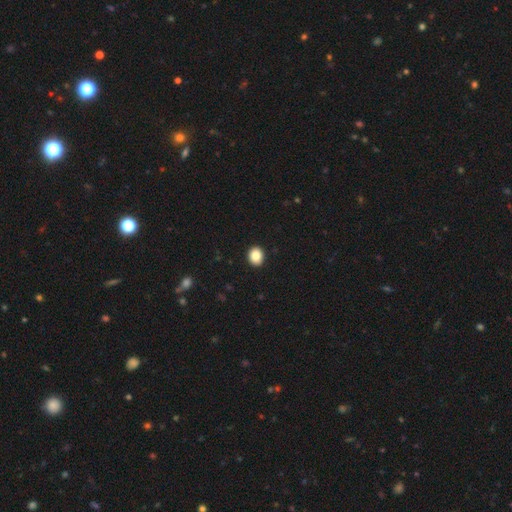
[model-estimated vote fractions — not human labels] Overall: smooth (86%). How rounded: round (61%; in between 38%). Merging: none (92%).